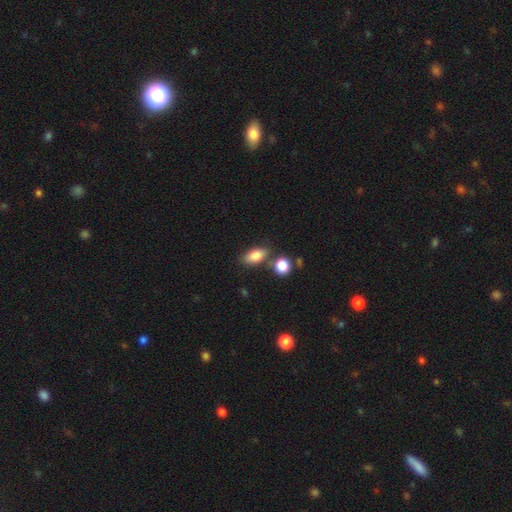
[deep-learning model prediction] Smooth or featured? Predicted: smooth (p=0.83). How rounded? Predicted: in between (p=0.87). Merging? Predicted: none (p=0.66).